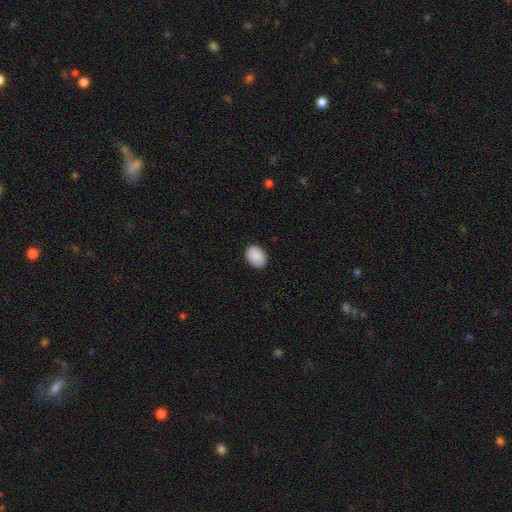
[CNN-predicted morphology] smooth_or_featured: smooth (p=0.90) [alt: star or artifact p=0.07]
how_rounded: in between (p=0.77) [alt: round p=0.22]
merging: none (p=0.88) [alt: minor disturbance p=0.09]